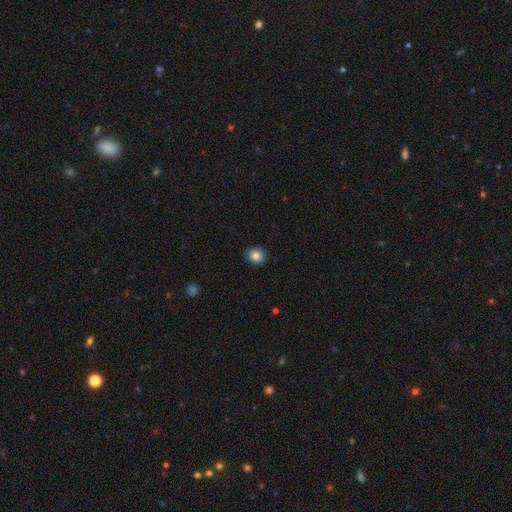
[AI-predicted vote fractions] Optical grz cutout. It shows a smooth galaxy with no disk features (85%) that is round (71%). Merging: none (92%).